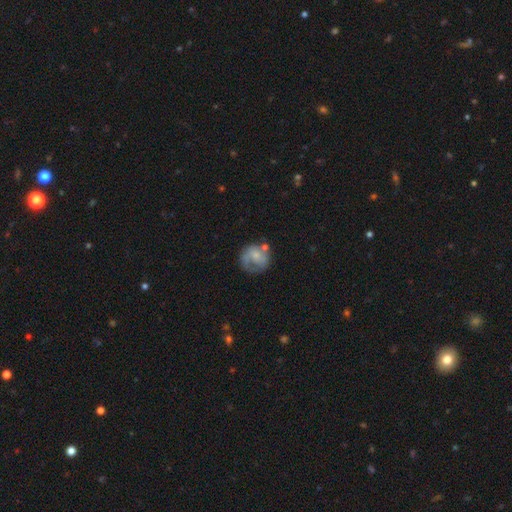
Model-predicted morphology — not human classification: Smooth or featured: smooth — 48% (featured or disk — 45%)
Merging: none — 48% (minor disturbance — 24%)